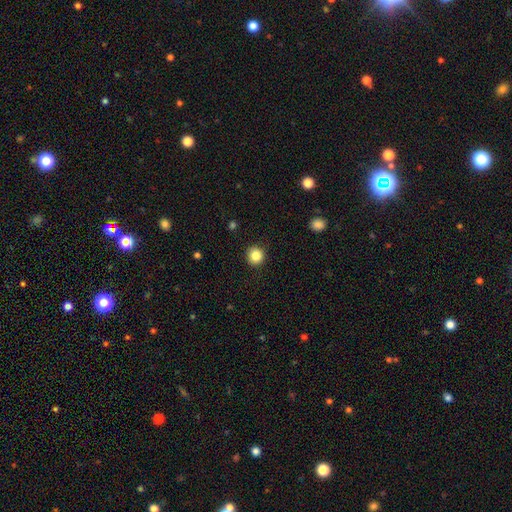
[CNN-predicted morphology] Smooth or featured? smooth (85%)
How rounded? round (93%)
Merging? none (91%)